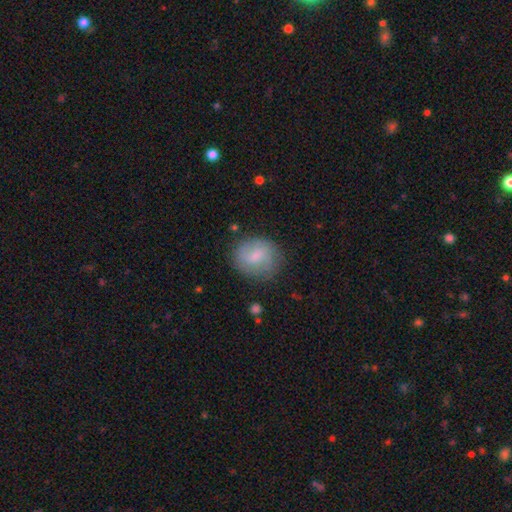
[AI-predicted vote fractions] Smooth or featured?
  - smooth: 60% *
  - featured or disk: 32%
  - star or artifact: 7%
How rounded?
  - round: 73% *
  - in between: 26%
  - cigar-shaped: 1%
Merging?
  - none: 74% *
  - minor disturbance: 18%
  - major disturbance: 6%
  - merger: 2%